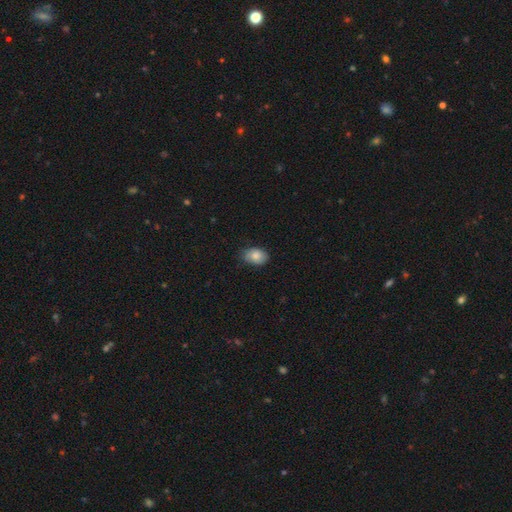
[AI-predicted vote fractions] Overall: smooth (83%). How rounded: in between (81%). Merging: none (75%).